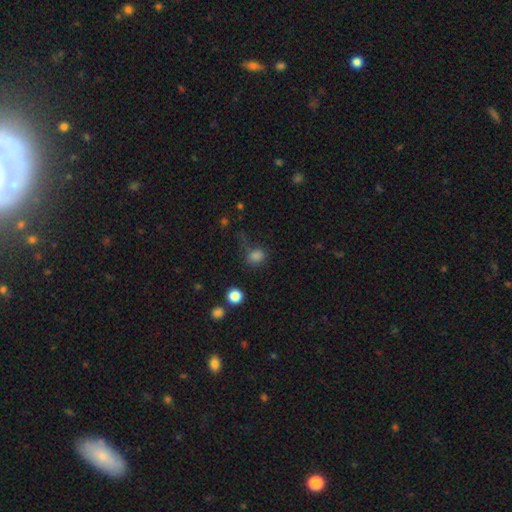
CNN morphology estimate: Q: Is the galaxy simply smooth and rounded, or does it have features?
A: smooth — 78%.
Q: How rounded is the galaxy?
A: round — 61%.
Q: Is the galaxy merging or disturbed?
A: none — 55%.